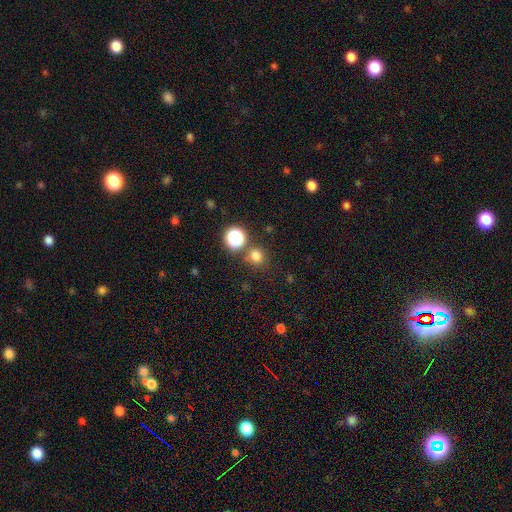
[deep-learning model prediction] Smooth or featured?
  - smooth: 74% *
  - star or artifact: 21%
  - featured or disk: 6%
How rounded?
  - round: 88% *
  - in between: 11%
  - cigar-shaped: 1%
Merging?
  - none: 78% *
  - merger: 11%
  - minor disturbance: 8%
  - major disturbance: 3%